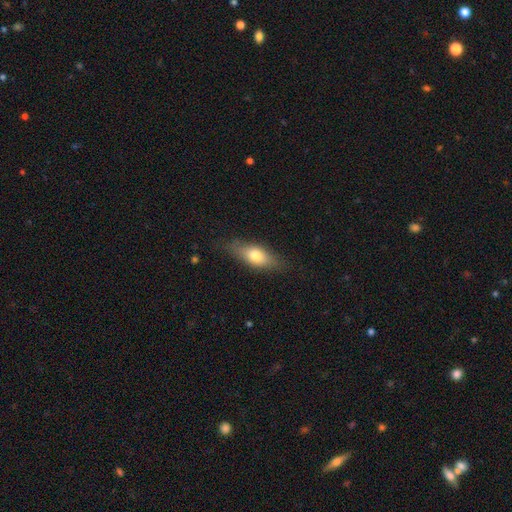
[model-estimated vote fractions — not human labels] smooth-or-featured: smooth: 69% | featured or disk: 24% | star or artifact: 7%
  how-rounded: in between: 72% | cigar-shaped: 23% | round: 5%
  merging: none: 78% | minor disturbance: 16% | major disturbance: 4% | merger: 1%